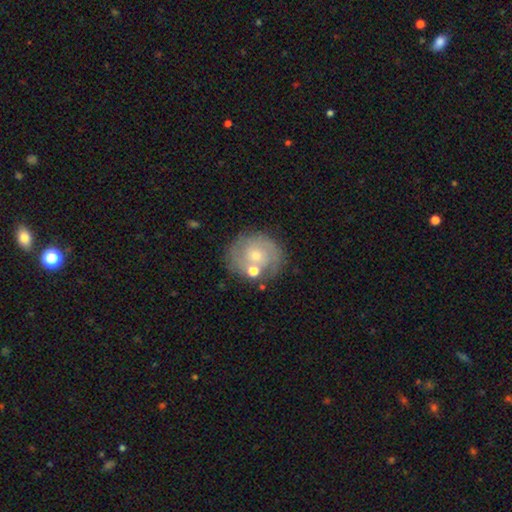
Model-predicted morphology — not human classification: smooth_or_featured: featured or disk (p=0.62) [alt: smooth p=0.30]
disk_edge_on: no (p=0.97) [alt: yes p=0.03]
bar: no (p=0.71) [alt: weak p=0.25]
has_spiral_arms: yes (p=0.81) [alt: no p=0.19]
bulge_size: small (p=0.54) [alt: moderate p=0.39]
merging: none (p=0.67) [alt: minor disturbance p=0.16]